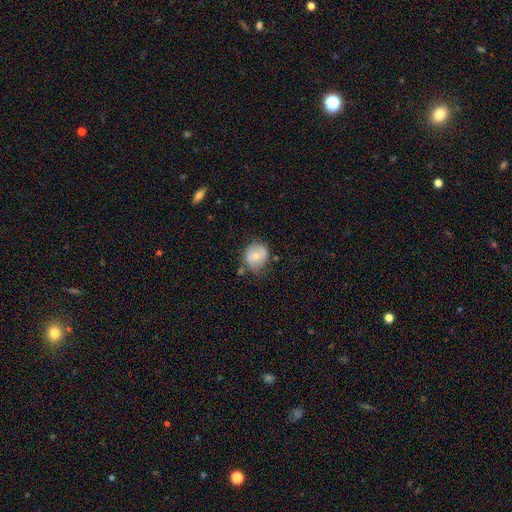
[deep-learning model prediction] Q: Smooth or featured?
A: smooth (57%); runner-up: featured or disk (35%)
Q: How rounded?
A: round (78%); runner-up: in between (21%)
Q: Merging?
A: none (60%); runner-up: minor disturbance (27%)